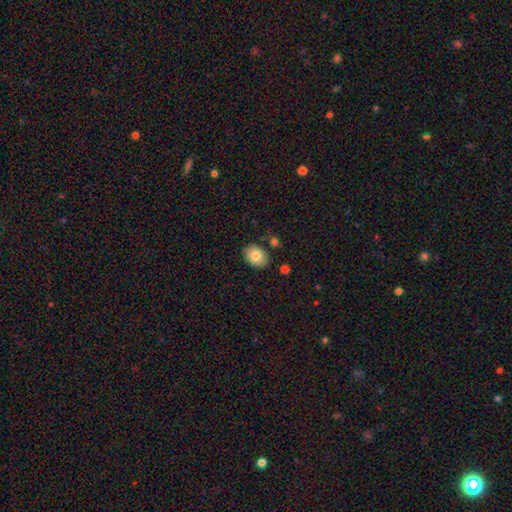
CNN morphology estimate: This is clearly a smooth galaxy (82%). How rounded: likely in between (73%). Merging: clearly none (84%).